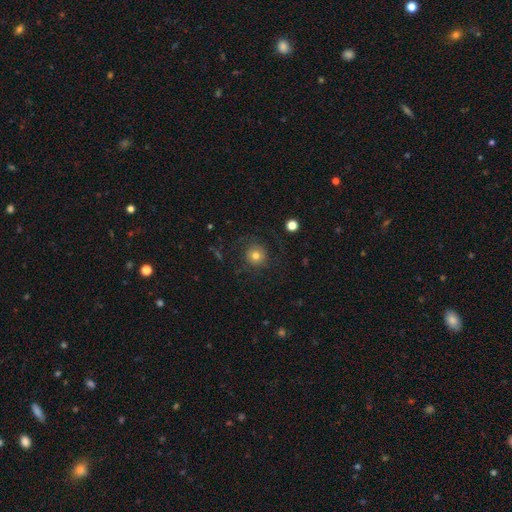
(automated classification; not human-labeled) Smooth or featured: smooth — 69% (featured or disk — 18%)
How rounded: round — 93% (in between — 6%)
Merging: none — 78% (minor disturbance — 11%)